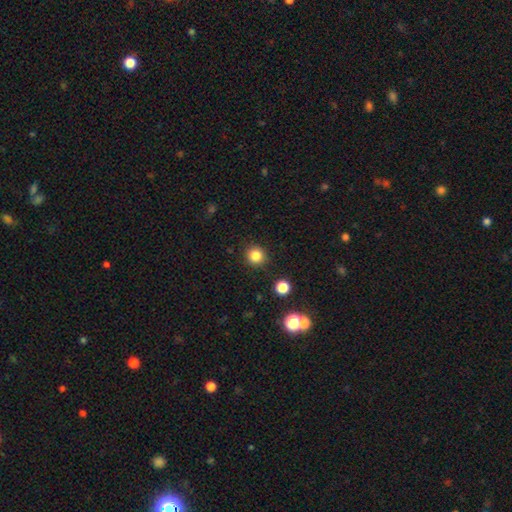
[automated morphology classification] Overall: smooth (83%). How rounded: round (93%). Merging: none (90%).